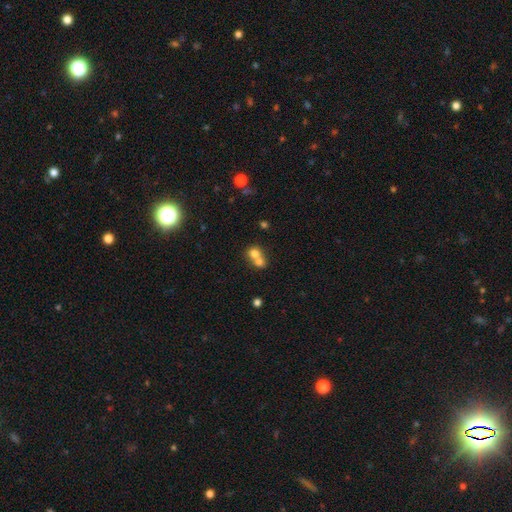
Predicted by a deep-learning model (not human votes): Smooth or featured? Predicted: smooth (p=0.72). How rounded? Predicted: round (p=0.73). Merging? Predicted: merger (p=0.69).